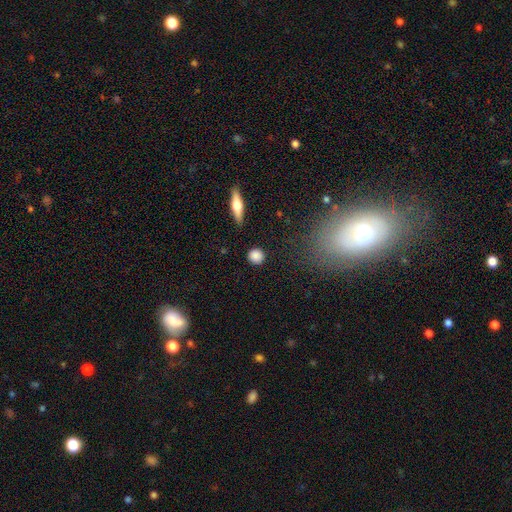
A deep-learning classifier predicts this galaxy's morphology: Overall: smooth (86%). How rounded: round (89%). Merging: none (89%).